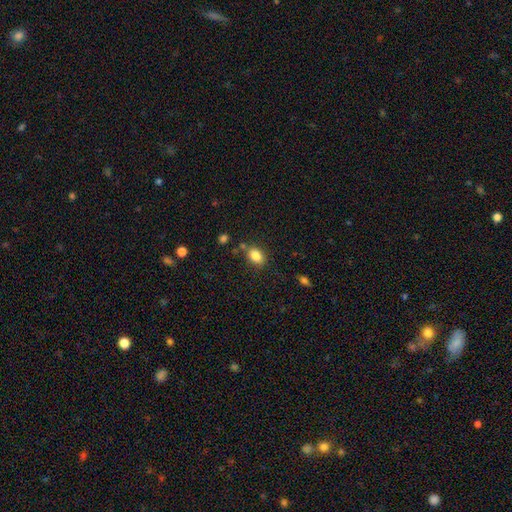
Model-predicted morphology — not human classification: type=smooth (85%); roundness=in between (79%); merging=none (75%).